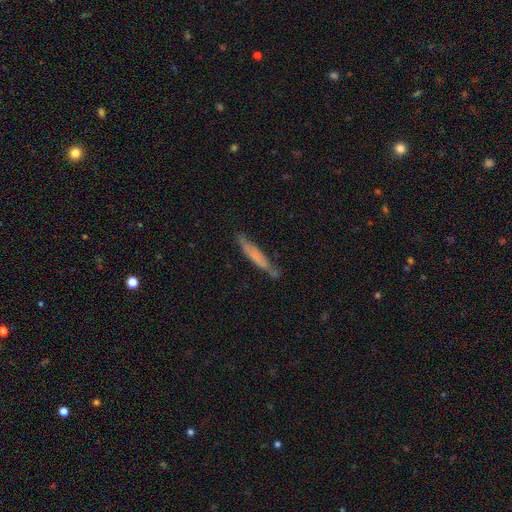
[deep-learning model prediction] Smooth or featured? Predicted: smooth (p=0.59). How rounded? Predicted: cigar-shaped (p=0.92). Merging? Predicted: none (p=0.65).